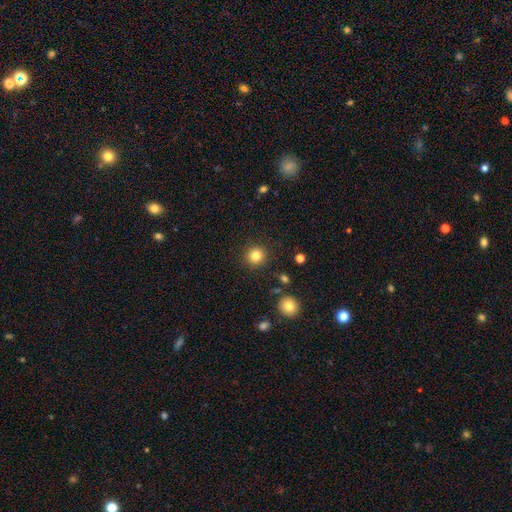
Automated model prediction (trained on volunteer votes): Morphology: type=smooth (83%); roundness=round (93%); merging=none (90%).